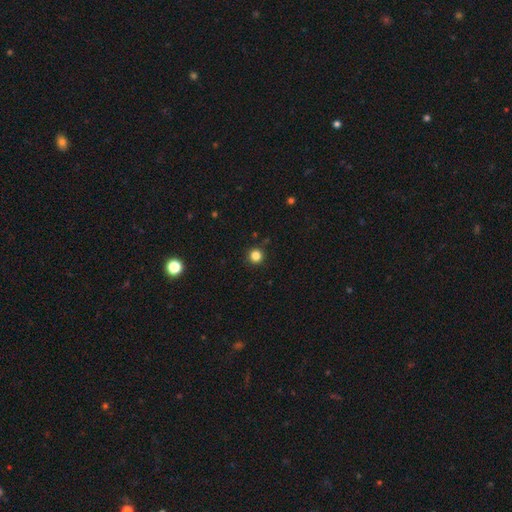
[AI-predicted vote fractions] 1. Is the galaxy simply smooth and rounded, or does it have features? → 83% smooth, 13% star or artifact, 4% featured or disk.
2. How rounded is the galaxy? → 95% round, 4% in between, 1% cigar-shaped.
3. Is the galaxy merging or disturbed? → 91% none, 6% minor disturbance, 2% major disturbance, 1% merger.